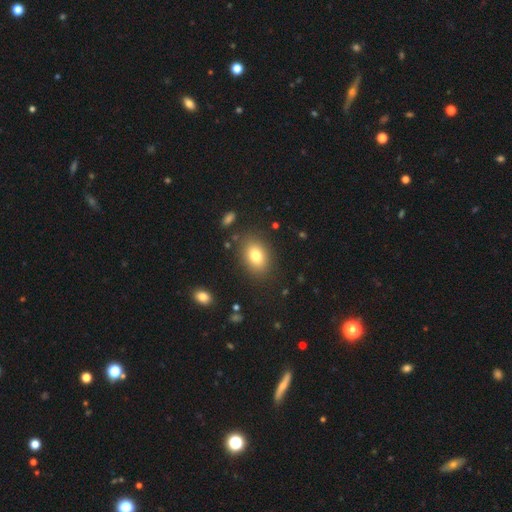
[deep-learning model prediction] Smooth or featured? smooth (79%)
How rounded? in between (76%)
Merging? none (85%)